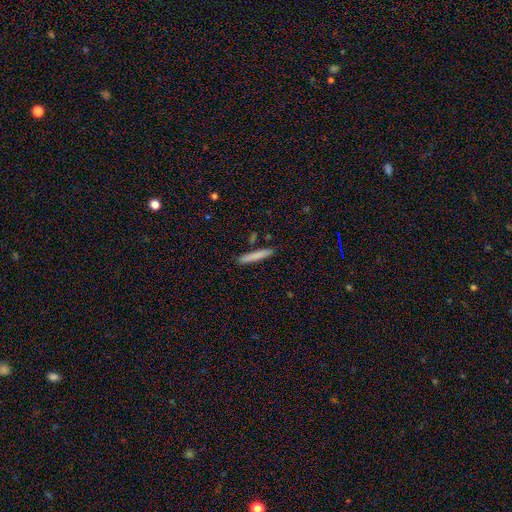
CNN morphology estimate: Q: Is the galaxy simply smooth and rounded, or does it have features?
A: smooth — 79%.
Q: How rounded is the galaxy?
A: cigar-shaped — 95%.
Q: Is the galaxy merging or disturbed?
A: none — 88%.